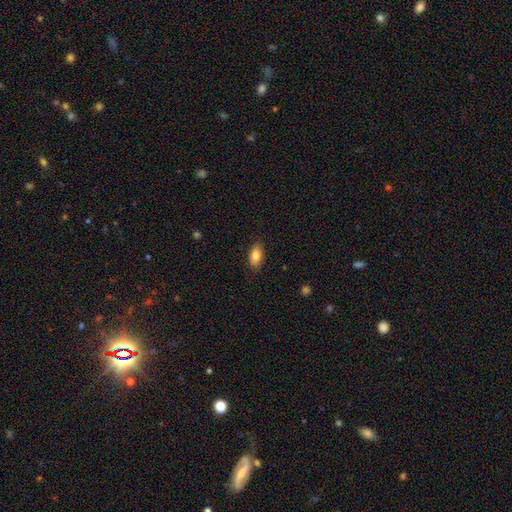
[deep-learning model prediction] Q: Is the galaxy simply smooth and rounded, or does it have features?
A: smooth — 84%.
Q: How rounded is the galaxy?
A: in between — 90%.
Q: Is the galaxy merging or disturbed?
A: none — 87%.